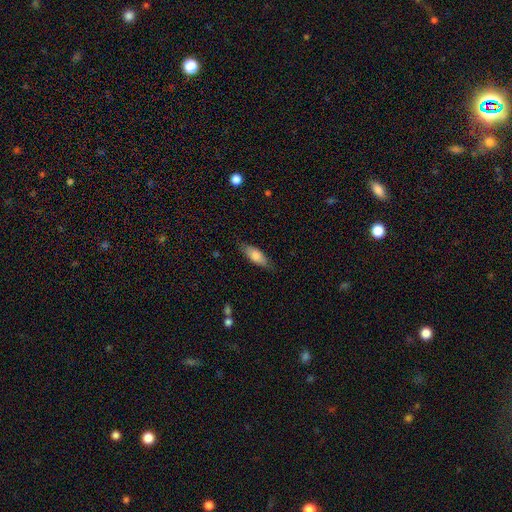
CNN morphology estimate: A smooth galaxy with no disk features (78%) that is in between round and cigar-shaped (68%).

Vote fractions:
- Smooth or featured? smooth: 78% / featured or disk: 16% / star or artifact: 6%
- How rounded? in between: 68% / cigar-shaped: 29% / round: 2%
- Merging? none: 79% / minor disturbance: 16% / major disturbance: 3% / merger: 1%